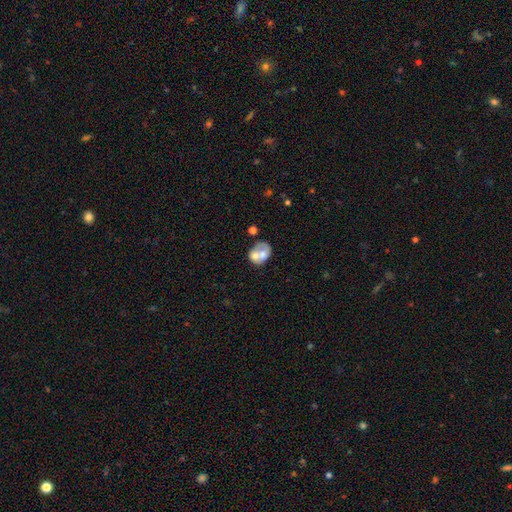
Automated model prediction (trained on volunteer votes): Smooth or featured? Predicted: smooth (p=0.54). How rounded? Predicted: in between (p=0.60). Merging? Predicted: merger (p=0.53).